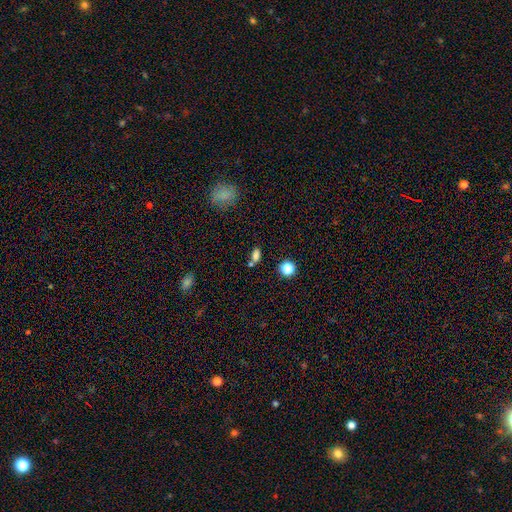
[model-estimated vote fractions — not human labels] Q: Smooth or featured?
A: smooth (77%); runner-up: star or artifact (16%)
Q: How rounded?
A: in between (78%); runner-up: round (16%)
Q: Merging?
A: none (64%); runner-up: merger (18%)